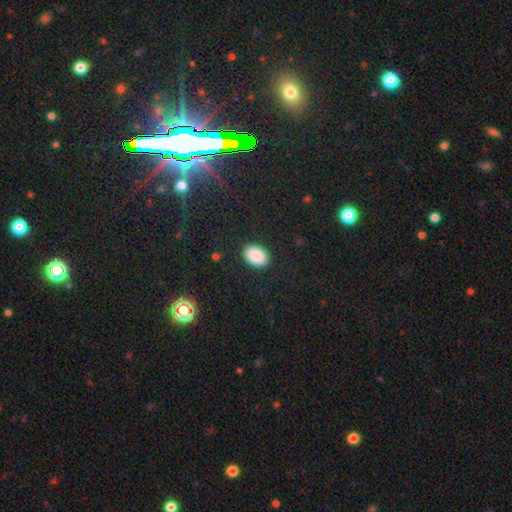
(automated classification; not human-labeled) Smooth or featured? Predicted: smooth (p=0.89). How rounded? Predicted: in between (p=0.85). Merging? Predicted: none (p=0.89).